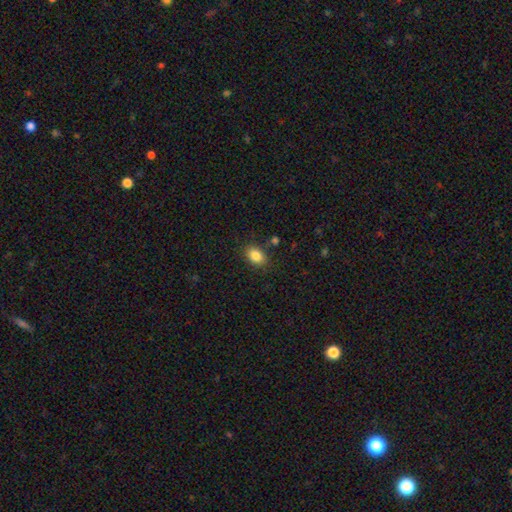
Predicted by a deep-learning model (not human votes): smooth_or_featured: smooth (p=0.85) [alt: star or artifact p=0.09]
how_rounded: in between (p=0.78) [alt: round p=0.21]
merging: none (p=0.83) [alt: minor disturbance p=0.11]